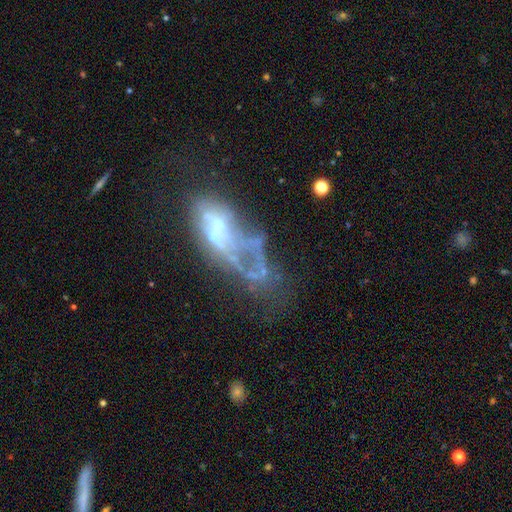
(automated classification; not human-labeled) A featured or disk galaxy (57%). Merging: major disturbance (38%).